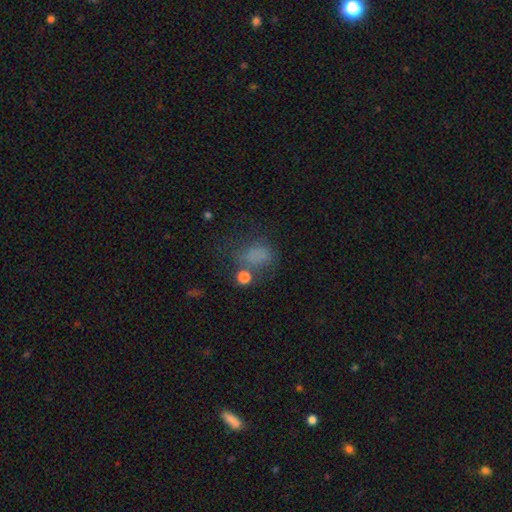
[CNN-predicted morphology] smooth-or-featured: smooth: 64% | star or artifact: 22% | featured or disk: 14%
  how-rounded: in between: 53% | round: 46% | cigar-shaped: 1%
  merging: none: 45% | major disturbance: 23% | minor disturbance: 22% | merger: 10%